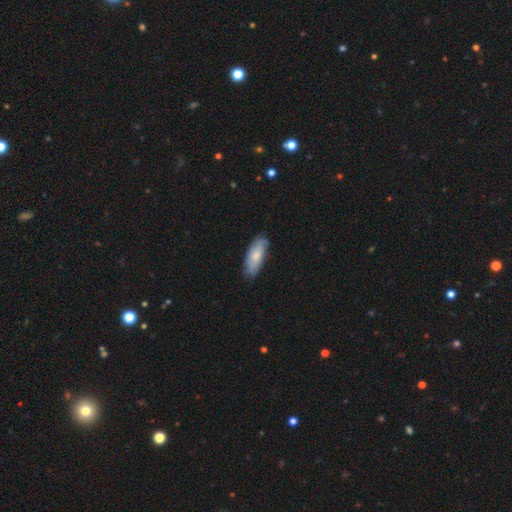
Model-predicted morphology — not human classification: type=smooth (60%); roundness=in between (75%); merging=none (70%).